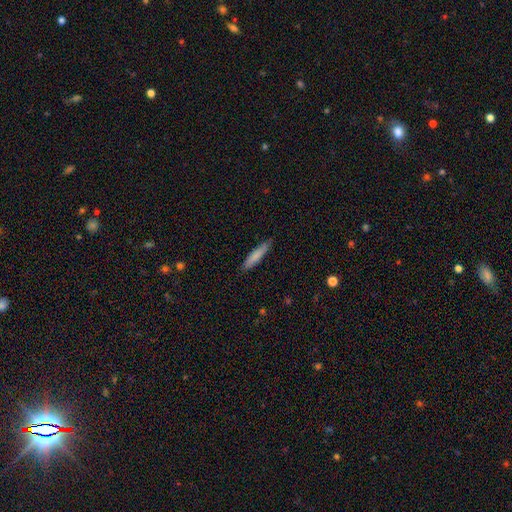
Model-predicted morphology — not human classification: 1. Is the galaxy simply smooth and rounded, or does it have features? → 78% smooth, 16% featured or disk, 6% star or artifact.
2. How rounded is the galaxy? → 87% cigar-shaped, 12% in between, 1% round.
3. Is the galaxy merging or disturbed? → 84% none, 12% minor disturbance, 2% major disturbance, 1% merger.